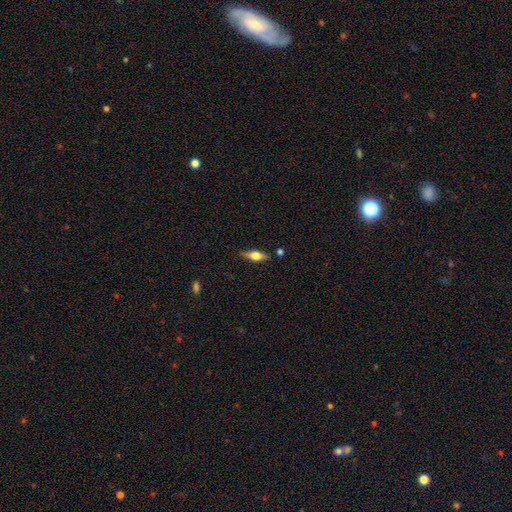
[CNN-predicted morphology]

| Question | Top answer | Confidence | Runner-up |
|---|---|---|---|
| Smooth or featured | featured or disk | 49% | smooth (44%) |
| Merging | none | 80% | minor disturbance (14%) |